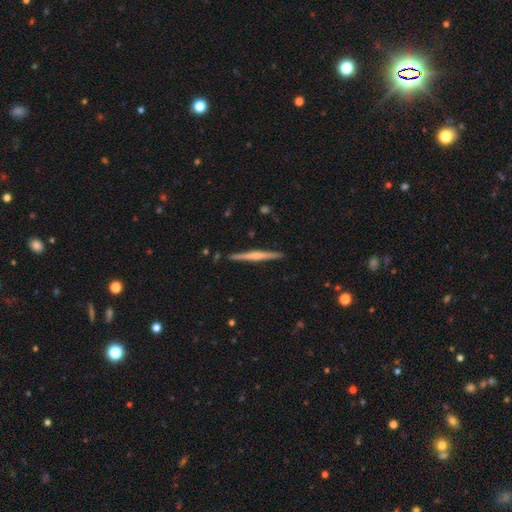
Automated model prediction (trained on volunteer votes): smooth-or-featured: featured or disk: 68% | smooth: 27% | star or artifact: 5%
  disk-edge-on: yes: 98% | no: 2%
    edge-on-bulge: rounded: 61% | none: 25% | boxy: 15%
  merging: none: 91% | minor disturbance: 6% | major disturbance: 1% | merger: 1%